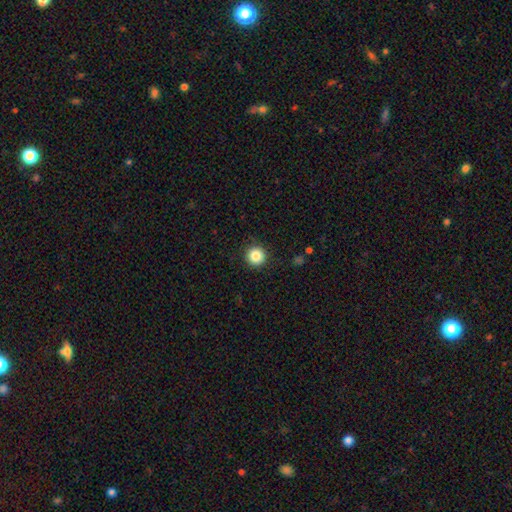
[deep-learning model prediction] The model was most divided on "smooth or featured": smooth: 86%, star or artifact: 10%, featured or disk: 4%. More confident: how rounded — round (96%); merging — none (91%).